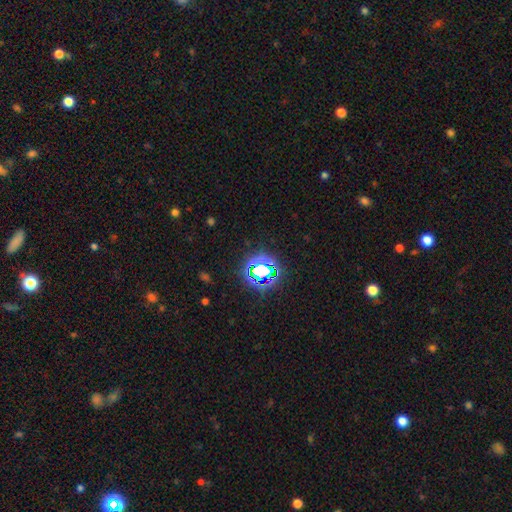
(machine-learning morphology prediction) Smooth or featured? star or artifact (78%)